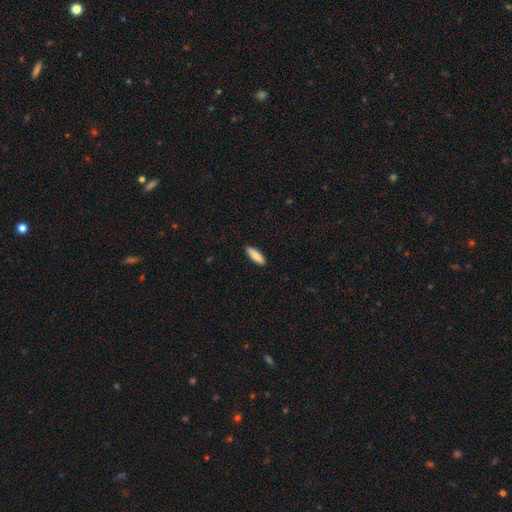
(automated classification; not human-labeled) A smooth galaxy with no disk features (88%) that is in between round and cigar-shaped (50%). Merging: none (89%).